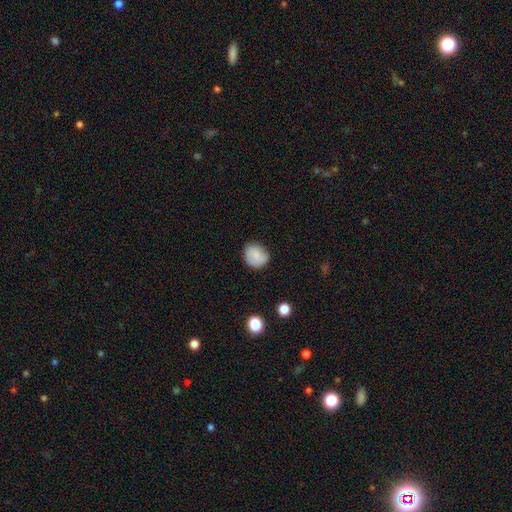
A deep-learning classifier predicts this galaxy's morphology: smooth-or-featured: smooth: 80% | featured or disk: 12% | star or artifact: 8%
  how-rounded: round: 74% | in between: 25% | cigar-shaped: 1%
  merging: none: 79% | minor disturbance: 16% | major disturbance: 4% | merger: 1%